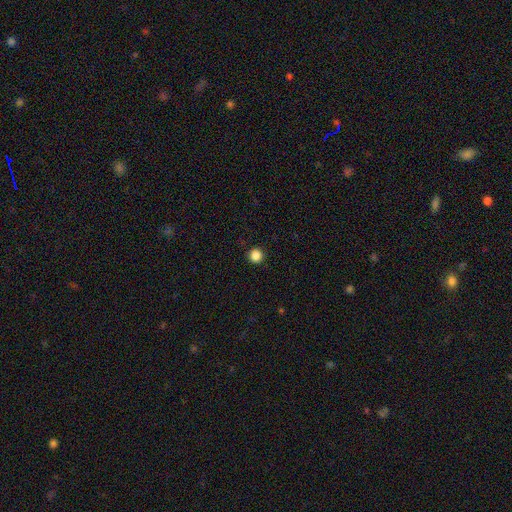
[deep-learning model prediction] Smooth or featured? smooth (86%)
How rounded? round (96%)
Merging? none (93%)